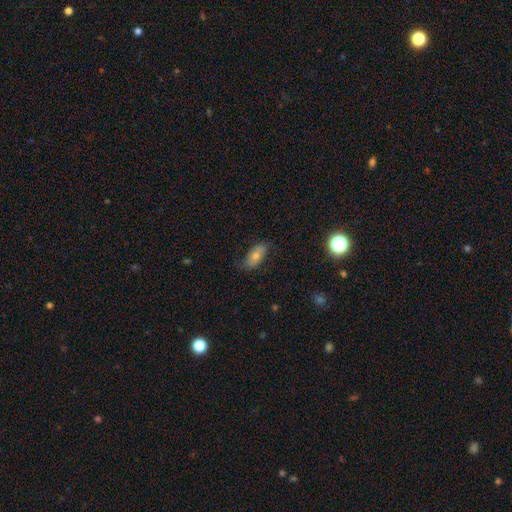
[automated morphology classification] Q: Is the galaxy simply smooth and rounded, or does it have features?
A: smooth — 69%.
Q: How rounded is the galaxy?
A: in between — 89%.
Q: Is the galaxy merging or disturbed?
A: none — 74%.